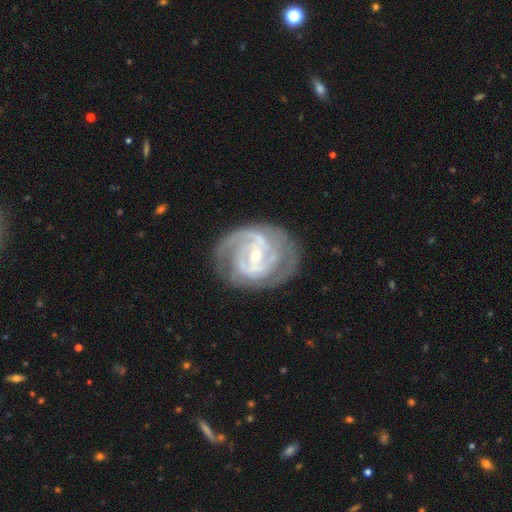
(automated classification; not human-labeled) smooth-or-featured: featured or disk: 89% | smooth: 6% | star or artifact: 5%
  disk-edge-on: no: 97% | yes: 3%
    bar: weak: 44% | strong: 29% | no: 27%
    has-spiral-arms: yes: 97% | no: 3%
      spiral-winding: tight: 55% | medium: 38% | loose: 8%
      spiral-arm-count: 2: 49% | 3: 22% | can't tell: 16% | 4: 5% | 1: 4% | more than 4: 4%
    bulge-size: small: 62% | moderate: 35% | large: 1% | none: 1% | dominant: 1%
  merging: none: 74% | minor disturbance: 17% | major disturbance: 8% | merger: 1%